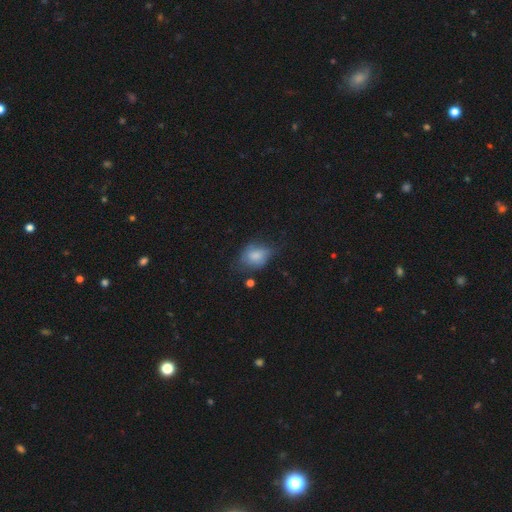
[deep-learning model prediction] Morphology: type=smooth (73%); roundness=in between (69%); merging=none (42%).